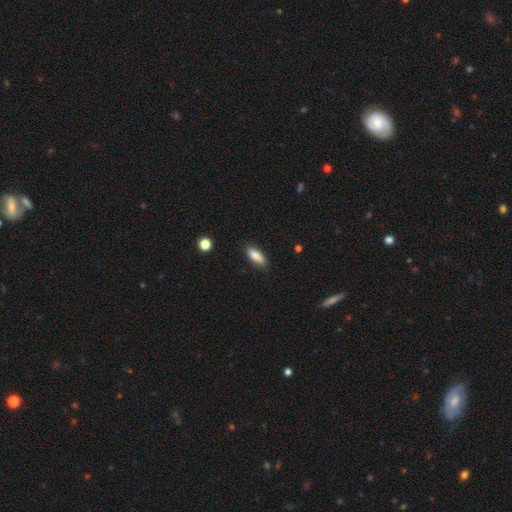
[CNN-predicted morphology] smooth-or-featured: smooth: 86% | star or artifact: 7% | featured or disk: 7%
  how-rounded: in between: 73% | cigar-shaped: 25% | round: 2%
  merging: none: 84% | minor disturbance: 12% | major disturbance: 2% | merger: 1%